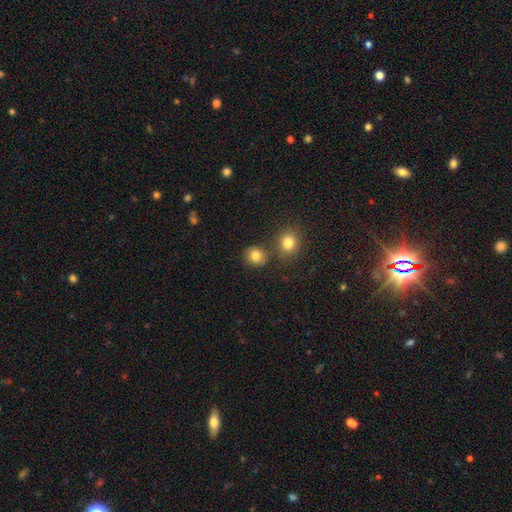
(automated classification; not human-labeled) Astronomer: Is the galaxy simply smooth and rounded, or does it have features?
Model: smooth — 83%.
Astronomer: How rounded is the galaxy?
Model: round — 76%.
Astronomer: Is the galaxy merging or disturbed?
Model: none — 75%.